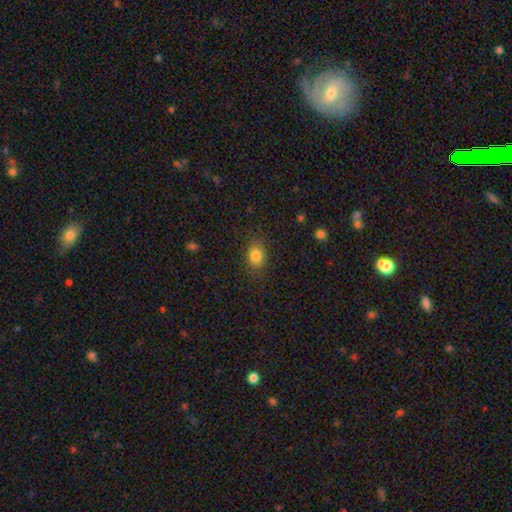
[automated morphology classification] This is clearly a smooth galaxy (83%). How rounded: possibly in between (59%). Merging: clearly none (83%).